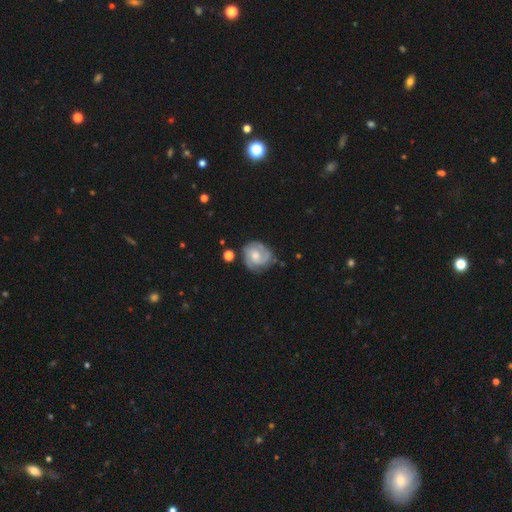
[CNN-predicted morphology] Smooth or featured? Predicted: featured or disk (p=0.77). Edge-on disk? Predicted: no (p=0.98). Bar? Predicted: no (p=0.64). Spiral arms? Predicted: yes (p=0.94). Spiral winding? Predicted: tight (p=0.56). Spiral arm count? Predicted: 2 (p=0.55). Bulge size? Predicted: moderate (p=0.54). Merging? Predicted: none (p=0.71).